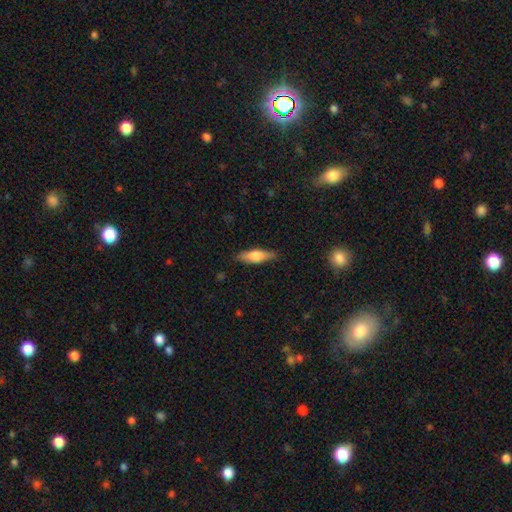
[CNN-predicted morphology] Q: Smooth or featured?
A: smooth (66%); runner-up: featured or disk (28%)
Q: How rounded?
A: cigar-shaped (53%); runner-up: in between (44%)
Q: Merging?
A: none (85%); runner-up: minor disturbance (12%)